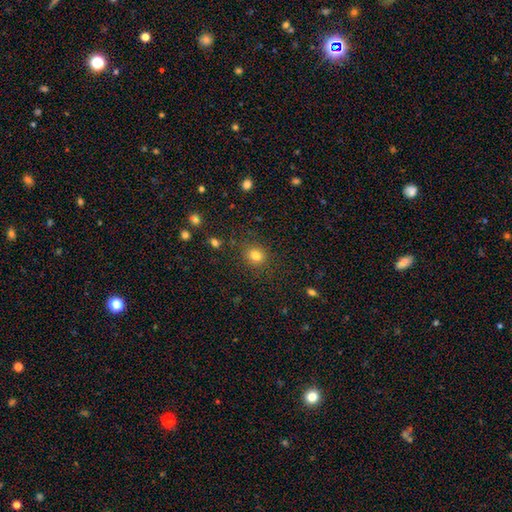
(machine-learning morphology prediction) smooth 80%, star or artifact 13%, featured or disk 7%. Down the decision tree: how rounded — round (74%); merging — none (84%).